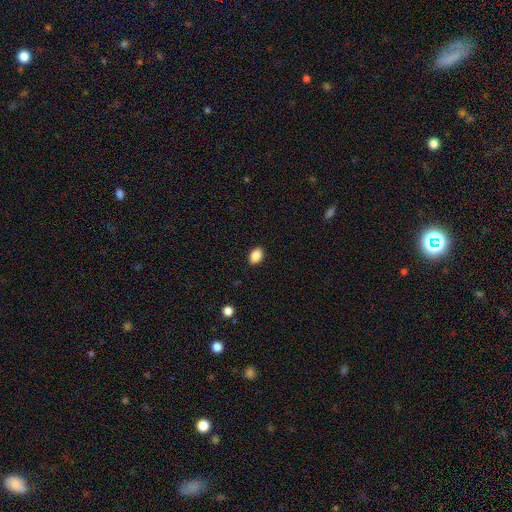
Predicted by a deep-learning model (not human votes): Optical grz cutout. It shows a smooth galaxy with no disk features (88%) that is in between round and cigar-shaped (80%). Merging: none (89%).